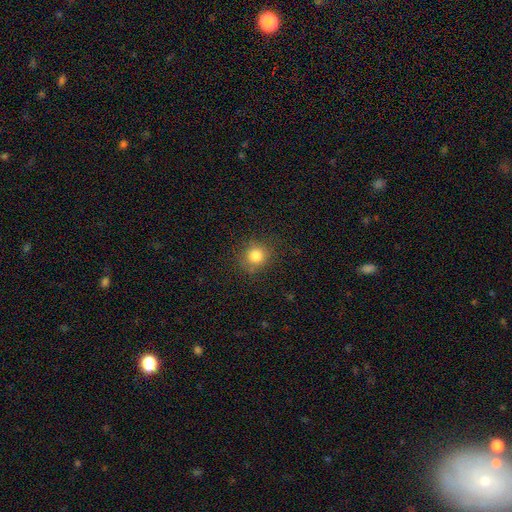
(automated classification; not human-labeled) Morphology: type=smooth (82%); roundness=round (88%); merging=none (86%).